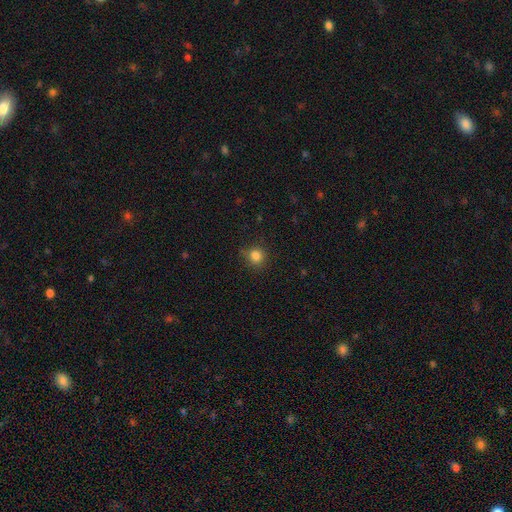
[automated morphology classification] A smooth galaxy with no disk features (84%) that is round (85%). Merging: none (79%).